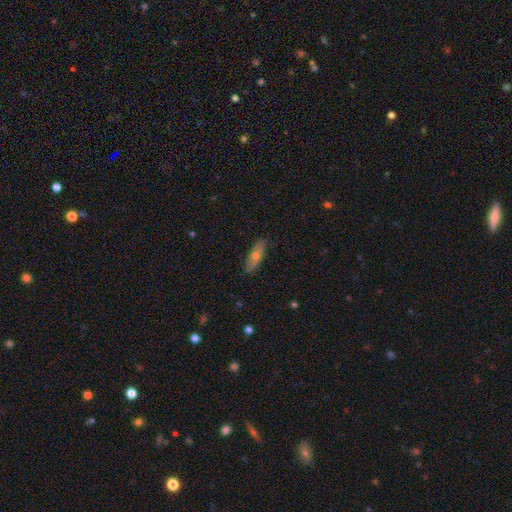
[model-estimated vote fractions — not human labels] A smooth galaxy with no disk features (57%) that is cigar-shaped (56%). Merging: none (86%).